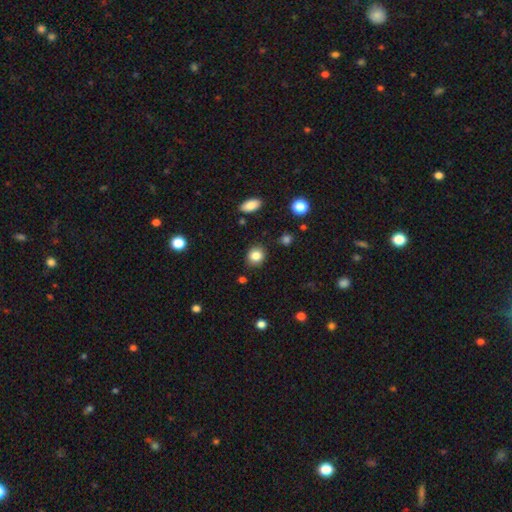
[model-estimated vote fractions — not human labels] A smooth galaxy with no disk features (85%) that is round (70%).

Vote fractions:
- Smooth or featured? smooth: 85% / star or artifact: 10% / featured or disk: 6%
- How rounded? round: 70% / in between: 29% / cigar-shaped: 1%
- Merging? none: 87% / minor disturbance: 9% / major disturbance: 2% / merger: 2%